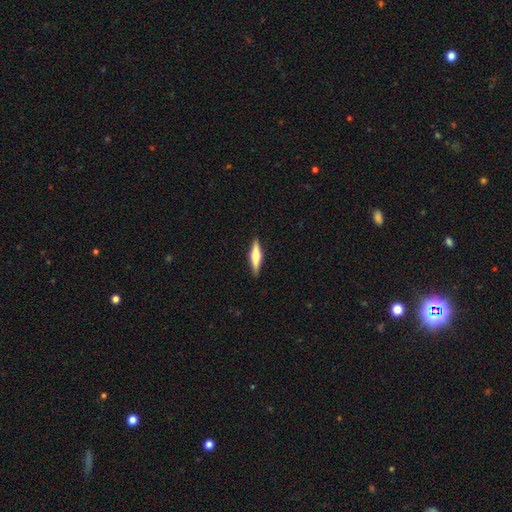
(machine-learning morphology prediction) featured or disk 53%, smooth 41%, star or artifact 5%. Down the decision tree: edge-on disk — yes (96%); edge-on bulge — rounded (86%); merging — none (90%).